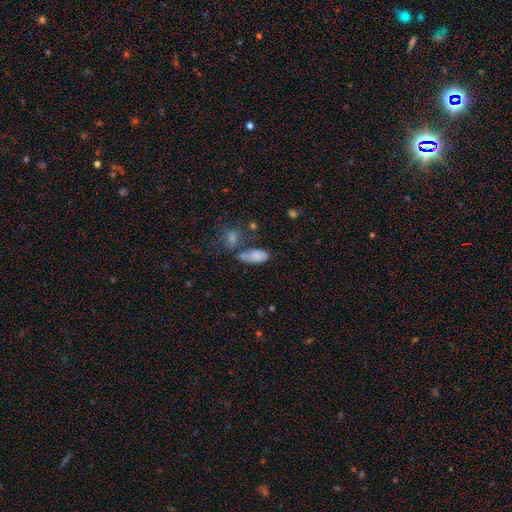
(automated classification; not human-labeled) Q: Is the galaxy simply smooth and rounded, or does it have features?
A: smooth — 78%.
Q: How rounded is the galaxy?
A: in between — 87%.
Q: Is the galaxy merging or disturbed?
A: none — 40%.